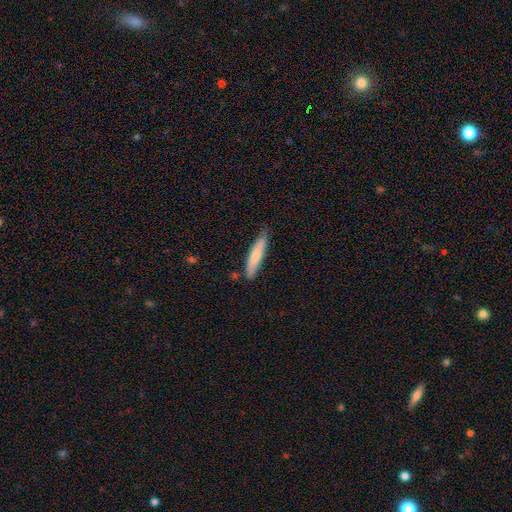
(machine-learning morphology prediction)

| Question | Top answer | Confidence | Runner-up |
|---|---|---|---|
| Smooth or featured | smooth | 76% | featured or disk (19%) |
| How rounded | cigar-shaped | 84% | in between (15%) |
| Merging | none | 74% | minor disturbance (20%) |